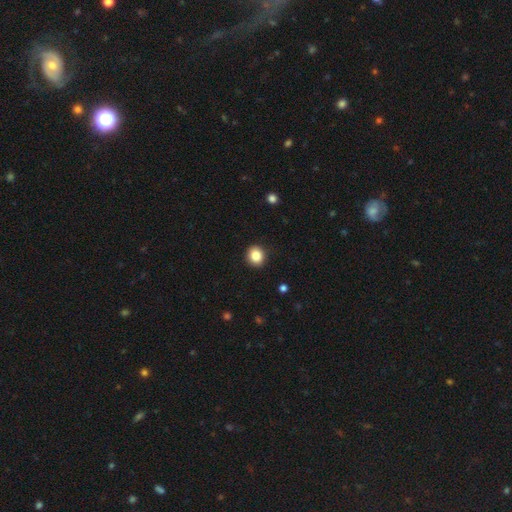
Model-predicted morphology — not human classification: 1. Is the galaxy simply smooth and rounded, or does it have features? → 85% smooth, 10% star or artifact, 5% featured or disk.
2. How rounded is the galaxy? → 84% round, 16% in between, 1% cigar-shaped.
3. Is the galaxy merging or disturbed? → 92% none, 5% minor disturbance, 2% major disturbance, 1% merger.